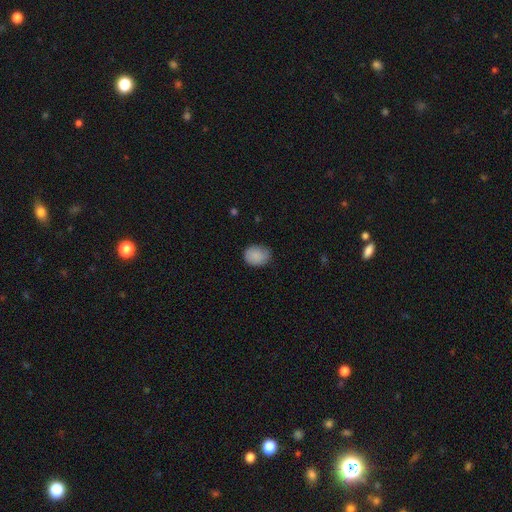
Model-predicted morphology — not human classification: type=smooth (88%); roundness=in between (52%); merging=none (70%).